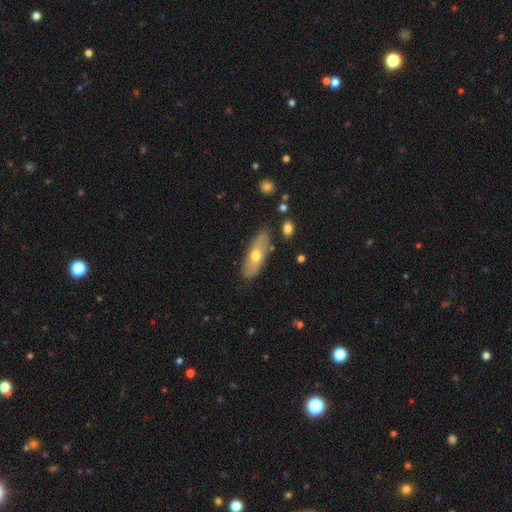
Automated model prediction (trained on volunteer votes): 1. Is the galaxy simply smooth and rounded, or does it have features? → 54% smooth, 40% featured or disk, 6% star or artifact.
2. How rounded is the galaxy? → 73% in between, 24% cigar-shaped, 3% round.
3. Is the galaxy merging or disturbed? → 79% none, 15% minor disturbance, 3% major disturbance, 3% merger.